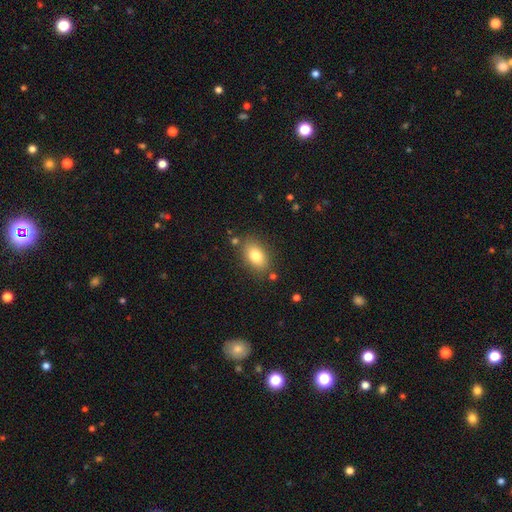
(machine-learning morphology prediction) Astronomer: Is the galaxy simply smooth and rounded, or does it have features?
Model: smooth — 79%.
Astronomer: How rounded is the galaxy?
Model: in between — 86%.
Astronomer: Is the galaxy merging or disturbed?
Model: none — 81%.